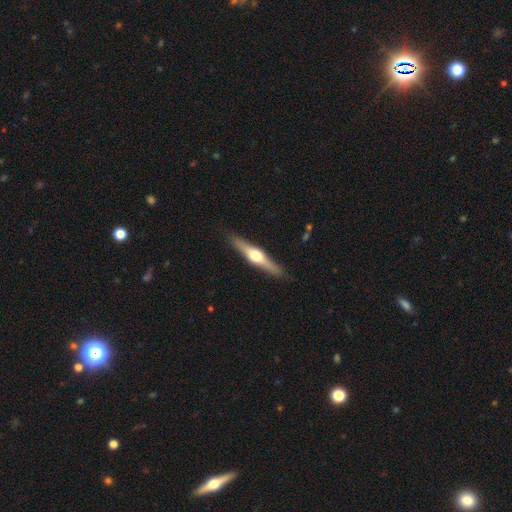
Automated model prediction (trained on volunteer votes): Smooth or featured: featured or disk — 71% (smooth — 24%)
Edge-on disk: yes — 97% (no — 3%)
Edge-on bulge: rounded — 95% (boxy — 3%)
Merging: none — 90% (minor disturbance — 8%)